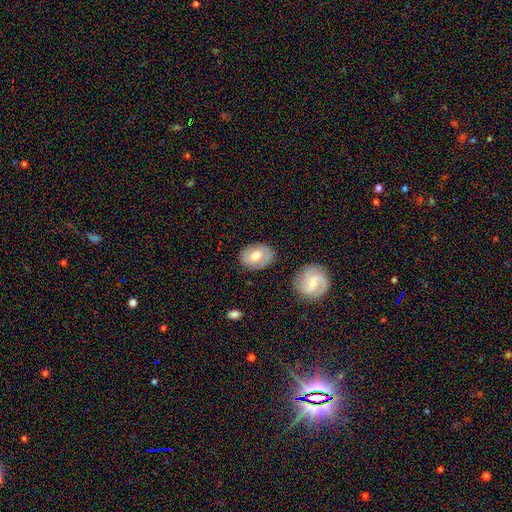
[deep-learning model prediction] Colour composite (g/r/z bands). It shows a smooth galaxy with no disk features (59%) that is in between round and cigar-shaped (73%). Merging: none (82%).